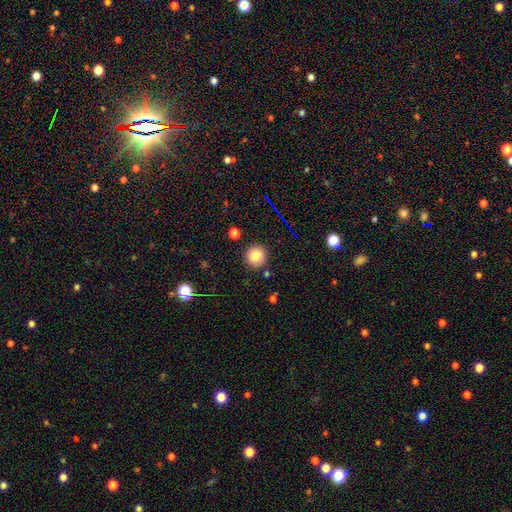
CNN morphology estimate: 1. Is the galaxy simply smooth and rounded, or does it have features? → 82% smooth, 11% star or artifact, 7% featured or disk.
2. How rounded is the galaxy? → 92% round, 7% in between, 1% cigar-shaped.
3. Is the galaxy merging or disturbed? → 87% none, 8% minor disturbance, 3% merger, 2% major disturbance.